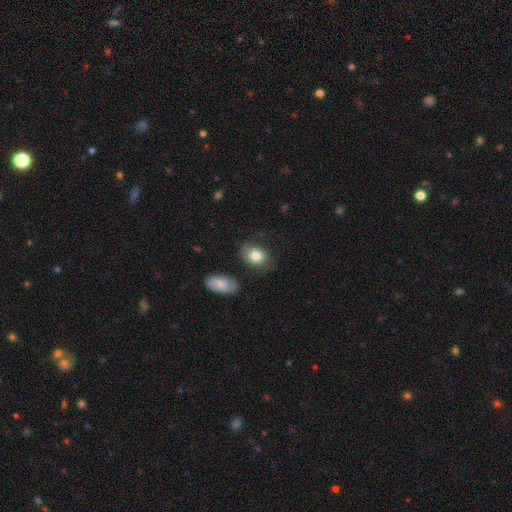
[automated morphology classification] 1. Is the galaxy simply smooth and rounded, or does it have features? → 80% smooth, 12% featured or disk, 8% star or artifact.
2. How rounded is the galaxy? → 68% in between, 31% round, 1% cigar-shaped.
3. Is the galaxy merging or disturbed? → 67% none, 23% minor disturbance, 6% major disturbance, 4% merger.